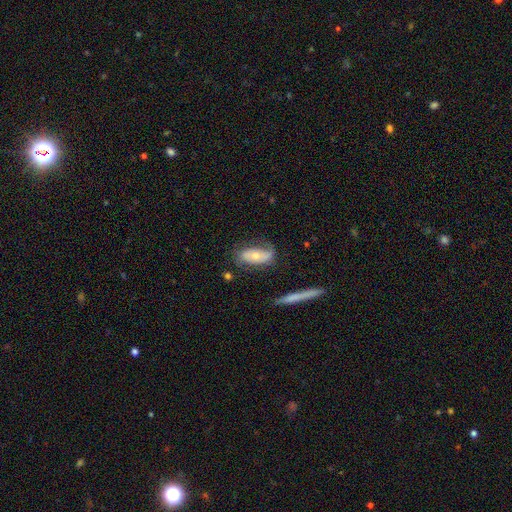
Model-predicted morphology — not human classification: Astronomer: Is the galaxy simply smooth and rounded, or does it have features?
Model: featured or disk — 50% (runner-up: smooth, 43%).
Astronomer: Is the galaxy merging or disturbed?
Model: none — 53%.